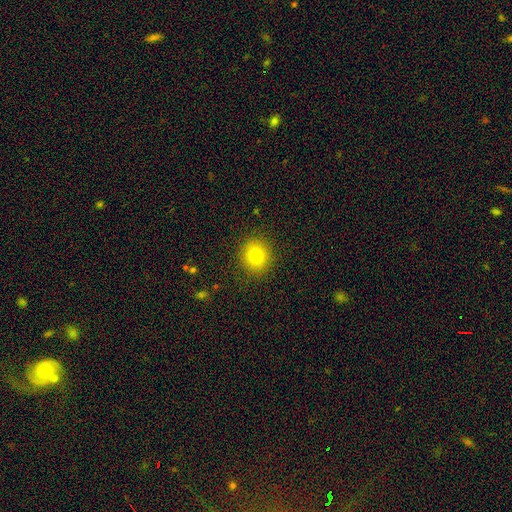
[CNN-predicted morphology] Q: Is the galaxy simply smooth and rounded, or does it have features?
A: smooth — 79%.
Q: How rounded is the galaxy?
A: round — 86%.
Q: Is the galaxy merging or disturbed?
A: none — 90%.